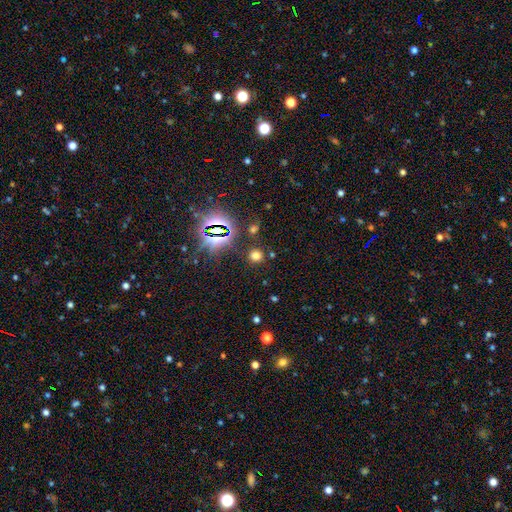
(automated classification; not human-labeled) Morphology: type=smooth (62%); roundness=round (88%); merging=none (85%).